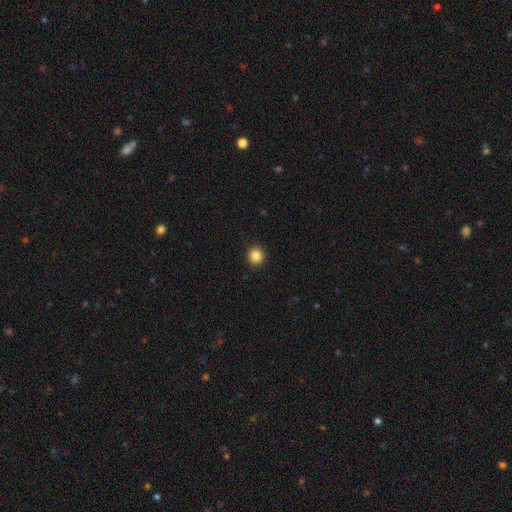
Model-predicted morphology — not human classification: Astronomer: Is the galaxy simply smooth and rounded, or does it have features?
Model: smooth — 85%.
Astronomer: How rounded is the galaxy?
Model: round — 92%.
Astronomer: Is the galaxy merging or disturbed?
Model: none — 93%.